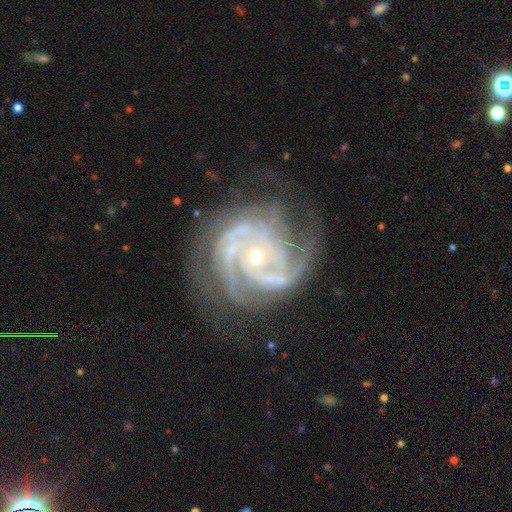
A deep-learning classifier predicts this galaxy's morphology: Smooth or featured?
  - featured or disk: 91% *
  - star or artifact: 6%
  - smooth: 3%
Edge-on disk?
  - no: 98% *
  - yes: 2%
Bar?
  - no: 68% *
  - weak: 22%
  - strong: 10%
Spiral arms?
  - yes: 98% *
  - no: 2%
Spiral winding?
  - tight: 64% *
  - medium: 32%
  - loose: 5%
Spiral arm count?
  - 3: 36% *
  - 4: 21%
  - 2: 16%
  - can't tell: 12%
  - more than 4: 8%
  - 1: 7%
Bulge size?
  - small: 76% *
  - moderate: 20%
  - none: 1%
  - large: 1%
  - dominant: 1%
Merging?
  - none: 67% *
  - minor disturbance: 19%
  - major disturbance: 12%
  - merger: 2%